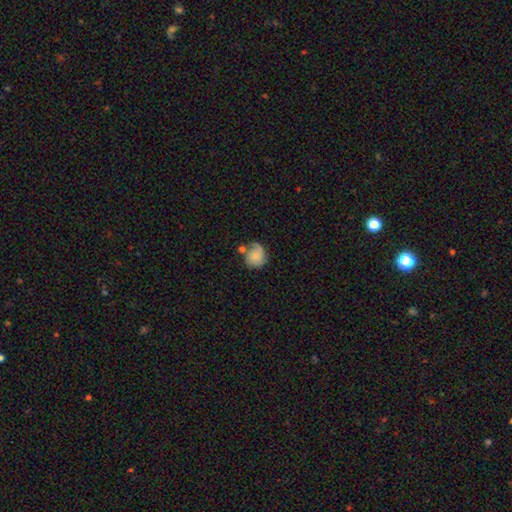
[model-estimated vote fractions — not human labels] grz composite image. It shows a smooth galaxy with no disk features (60%) that is round (73%). Merging: none (45%).